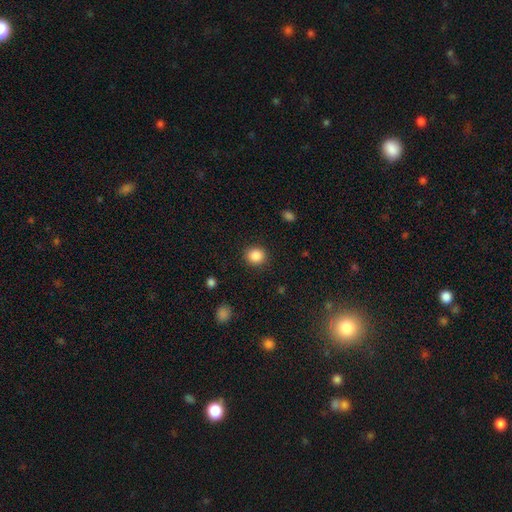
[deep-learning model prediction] Overall: smooth (87%). How rounded: round (84%). Merging: none (90%).